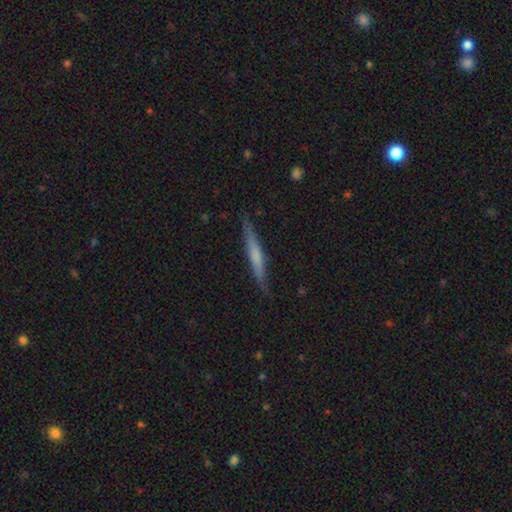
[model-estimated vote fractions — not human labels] A smooth galaxy with no disk features (49%). Merging: none (88%).